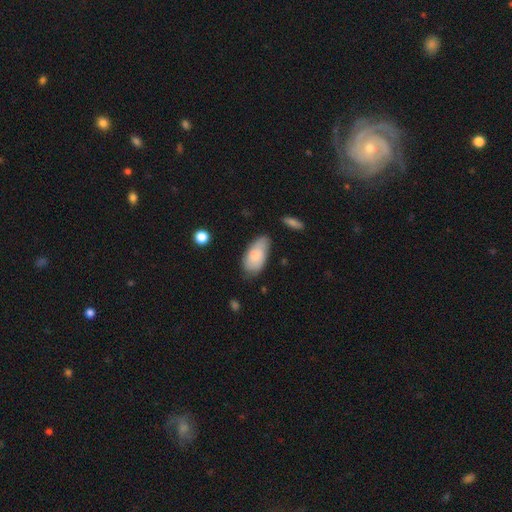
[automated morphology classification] A smooth galaxy with no disk features (78%) that is in between round and cigar-shaped (93%).

Vote fractions:
- Smooth or featured? smooth: 78% / featured or disk: 15% / star or artifact: 6%
- How rounded? in between: 93% / cigar-shaped: 4% / round: 2%
- Merging? none: 63% / minor disturbance: 28% / major disturbance: 6% / merger: 3%